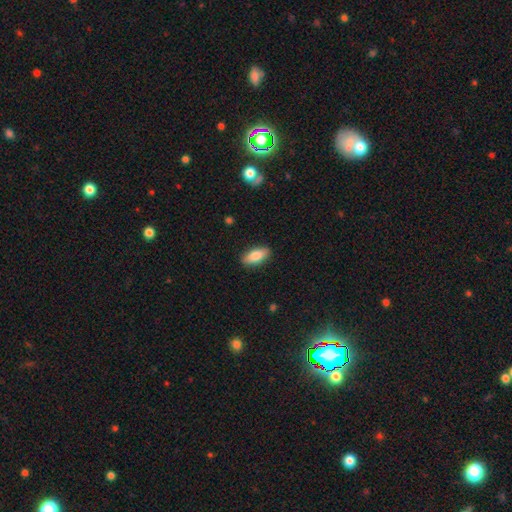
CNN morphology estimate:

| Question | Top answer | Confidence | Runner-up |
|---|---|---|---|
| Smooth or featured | smooth | 80% | featured or disk (14%) |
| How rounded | in between | 81% | cigar-shaped (16%) |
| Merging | none | 88% | minor disturbance (9%) |